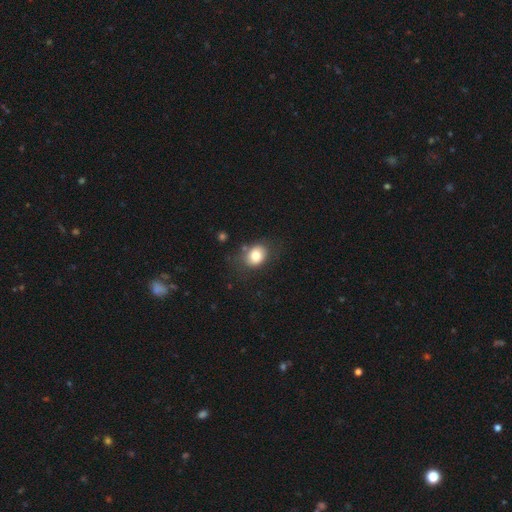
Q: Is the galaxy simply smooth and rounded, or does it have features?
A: smooth — 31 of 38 (82%).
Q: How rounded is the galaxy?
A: in between — 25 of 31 (81%).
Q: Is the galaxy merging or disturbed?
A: none — 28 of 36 (78%).